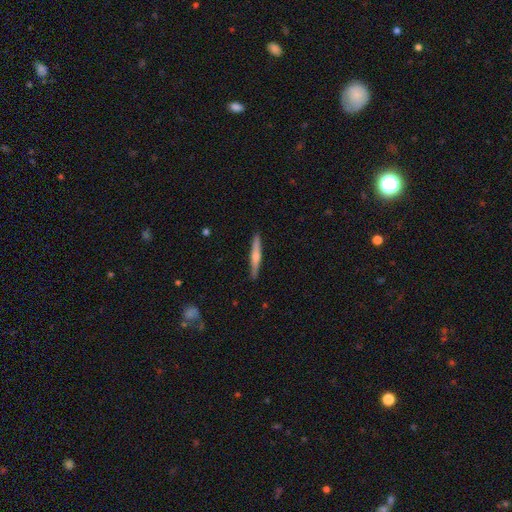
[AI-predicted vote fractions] A featured or disk galaxy (49%).

Vote fractions:
- Smooth or featured? featured or disk: 49% / smooth: 45% / star or artifact: 5%
- Merging? none: 91% / minor disturbance: 7% / major disturbance: 1% / merger: 1%